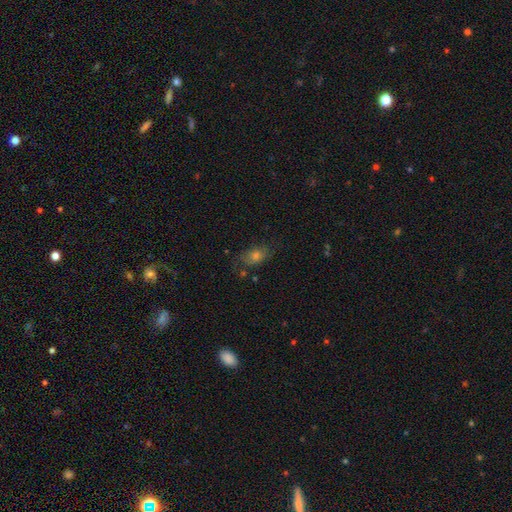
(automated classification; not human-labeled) Smooth or featured? smooth (57%)
How rounded? in between (72%)
Merging? none (71%)